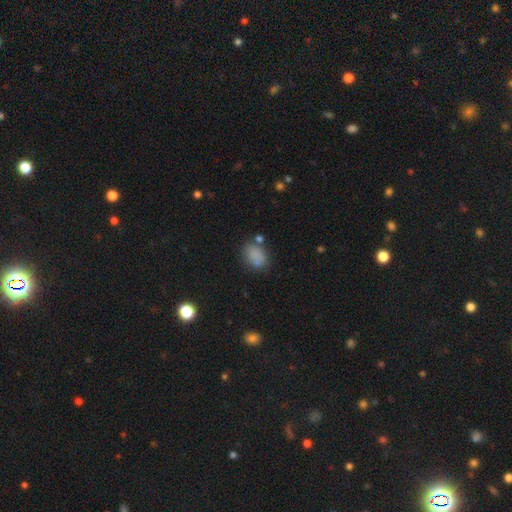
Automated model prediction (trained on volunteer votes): Smooth or featured?
  - smooth: 80% *
  - star or artifact: 11%
  - featured or disk: 9%
How rounded?
  - in between: 71% *
  - round: 28%
  - cigar-shaped: 2%
Merging?
  - none: 64% *
  - minor disturbance: 19%
  - merger: 10%
  - major disturbance: 7%